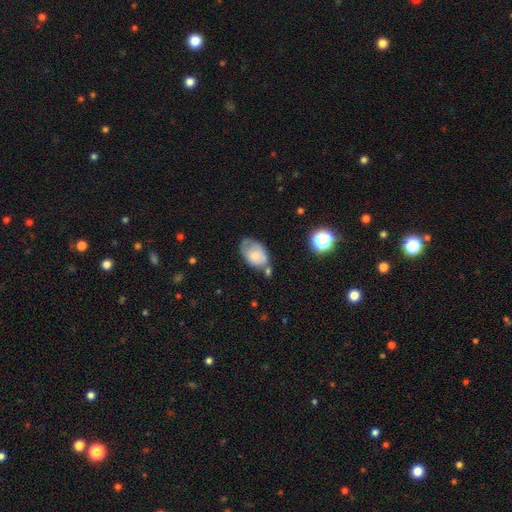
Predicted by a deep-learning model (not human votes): Smooth or featured? smooth (62%)
How rounded? in between (87%)
Merging? none (41%)